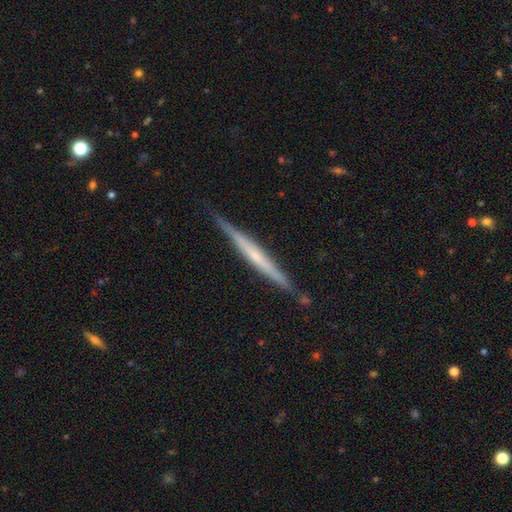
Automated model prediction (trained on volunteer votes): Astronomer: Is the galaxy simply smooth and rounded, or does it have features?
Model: featured or disk — 62%.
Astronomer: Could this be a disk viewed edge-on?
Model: yes — 97%.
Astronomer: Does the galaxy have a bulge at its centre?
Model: none — 62%.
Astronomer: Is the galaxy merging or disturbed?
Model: none — 85%.